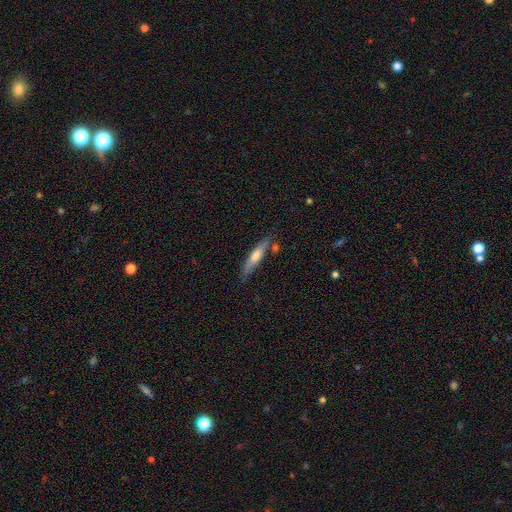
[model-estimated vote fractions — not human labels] Overall: smooth (50%; featured or disk 44%). Merging: none (77%).